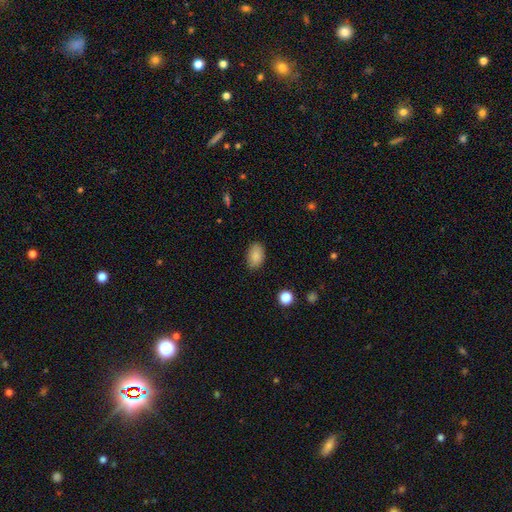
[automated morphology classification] Smooth or featured?
  - smooth: 87% *
  - star or artifact: 8%
  - featured or disk: 5%
How rounded?
  - in between: 89% *
  - round: 9%
  - cigar-shaped: 1%
Merging?
  - none: 85% *
  - minor disturbance: 11%
  - major disturbance: 3%
  - merger: 1%